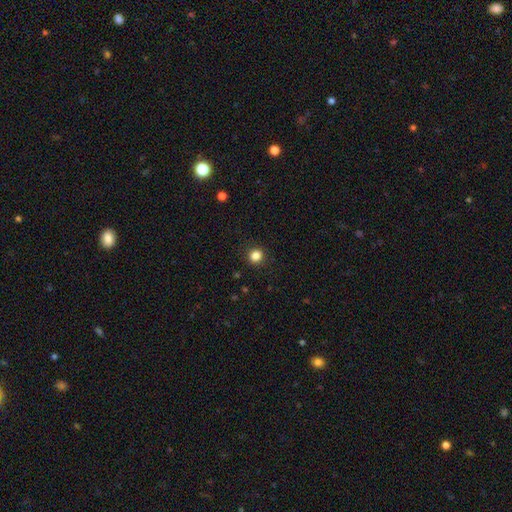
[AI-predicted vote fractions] Smooth or featured: smooth — 84% (star or artifact — 12%)
How rounded: round — 86% (in between — 13%)
Merging: none — 91% (minor disturbance — 6%)